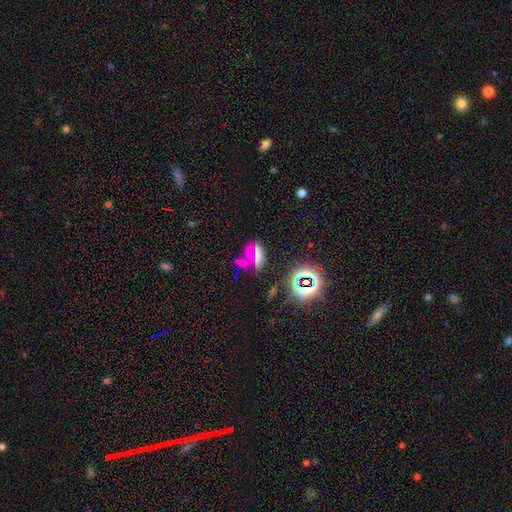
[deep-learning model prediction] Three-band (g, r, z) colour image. It shows a smooth galaxy with no disk features (46%). Merging: none (52%).